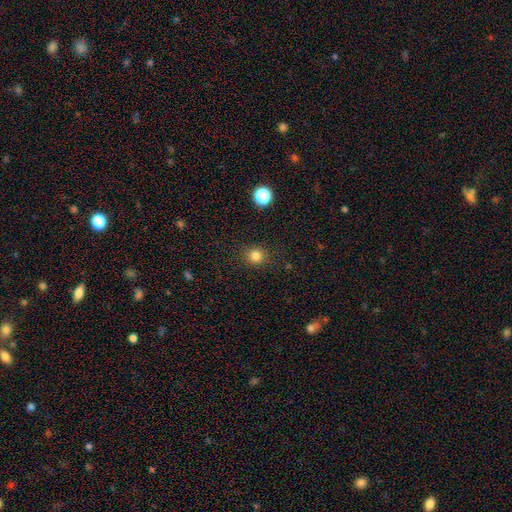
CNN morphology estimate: smooth_or_featured: smooth (p=0.82) [alt: star or artifact p=0.13]
how_rounded: round (p=0.87) [alt: in between p=0.12]
merging: none (p=0.88) [alt: minor disturbance p=0.08]